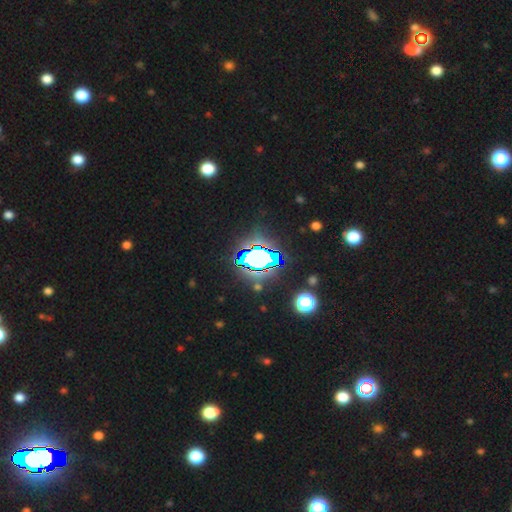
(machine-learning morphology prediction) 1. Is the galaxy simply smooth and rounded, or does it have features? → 79% star or artifact, 12% smooth, 9% featured or disk.